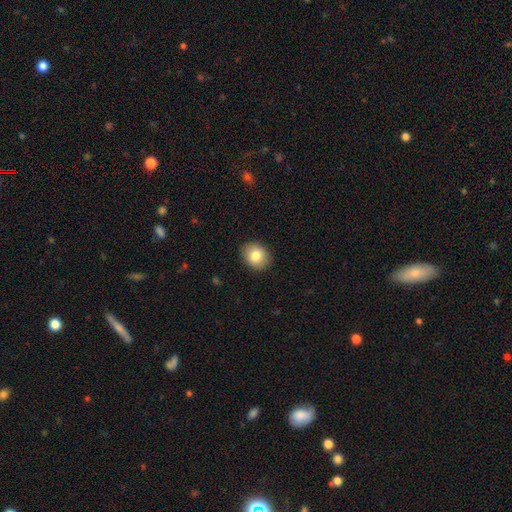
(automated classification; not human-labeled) A smooth galaxy with no disk features (82%) that is round (56%). Merging: none (90%).